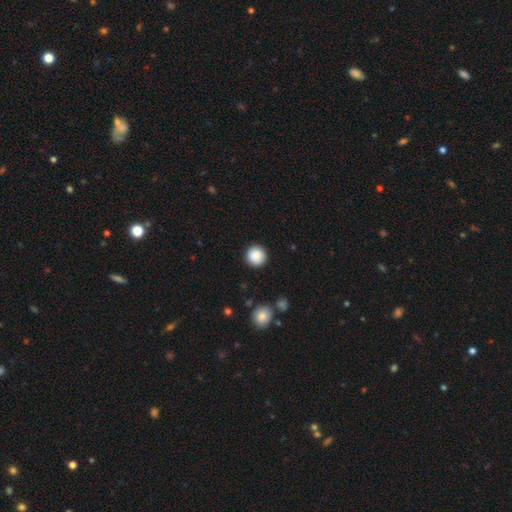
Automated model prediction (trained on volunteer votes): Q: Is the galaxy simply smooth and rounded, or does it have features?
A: smooth — 88%.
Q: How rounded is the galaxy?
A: round — 95%.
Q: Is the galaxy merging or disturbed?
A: none — 91%.